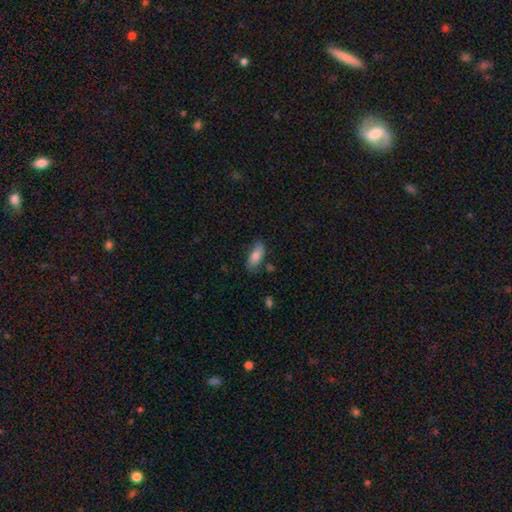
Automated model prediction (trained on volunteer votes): The model was most divided on "merging": none: 74%, minor disturbance: 18%, merger: 4%, major disturbance: 4%. More confident: smooth or featured — smooth (82%); how rounded — in between (79%).